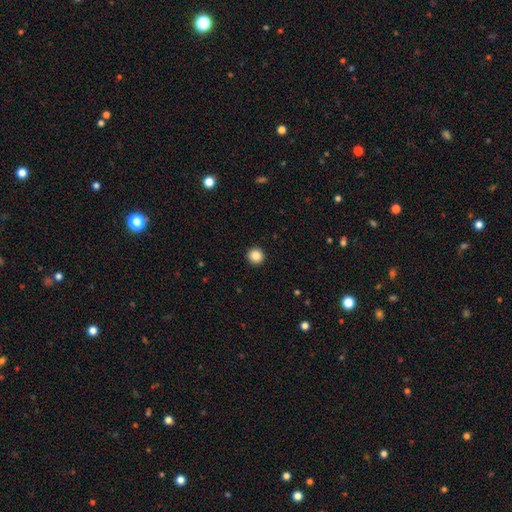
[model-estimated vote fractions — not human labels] A smooth galaxy with no disk features (86%) that is round (96%). Merging: none (94%).